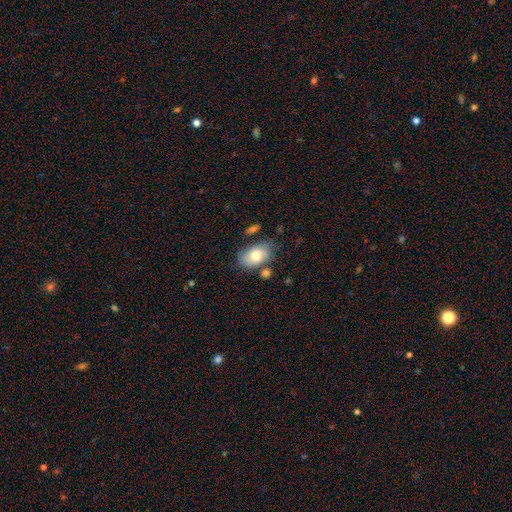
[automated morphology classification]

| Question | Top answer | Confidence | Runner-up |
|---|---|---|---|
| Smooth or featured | smooth | 75% | featured or disk (18%) |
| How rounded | in between | 89% | round (10%) |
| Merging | none | 66% | minor disturbance (20%) |